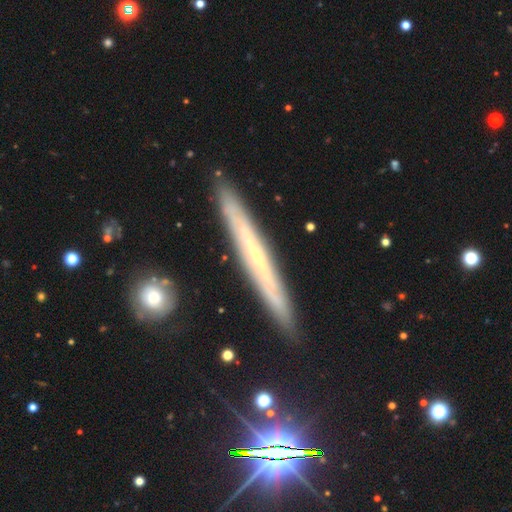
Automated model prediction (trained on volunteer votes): featured or disk 67%, smooth 24%, star or artifact 8%. Down the decision tree: edge-on disk — yes (87%); edge-on bulge — none (69%); merging — none (88%).